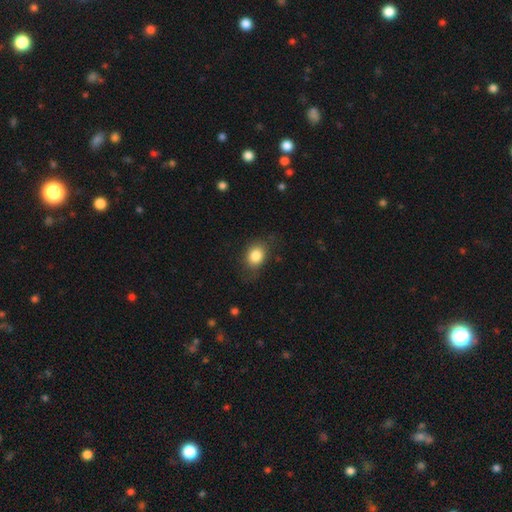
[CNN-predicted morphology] Smooth or featured? Predicted: smooth (p=0.83). How rounded? Predicted: in between (p=0.57). Merging? Predicted: none (p=0.69).